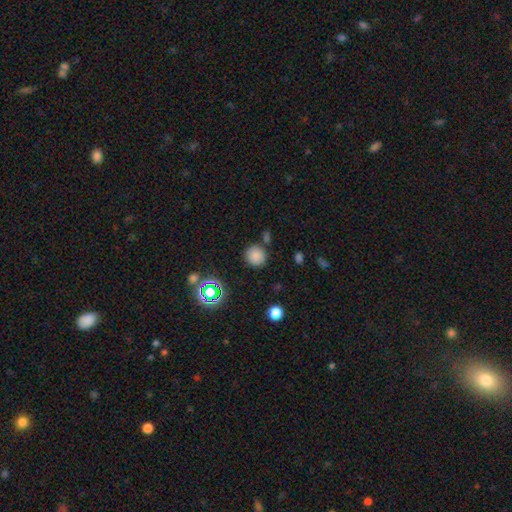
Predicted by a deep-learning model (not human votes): Q: Smooth or featured?
A: smooth (78%); runner-up: star or artifact (16%)
Q: How rounded?
A: round (90%); runner-up: in between (9%)
Q: Merging?
A: none (79%); runner-up: minor disturbance (10%)